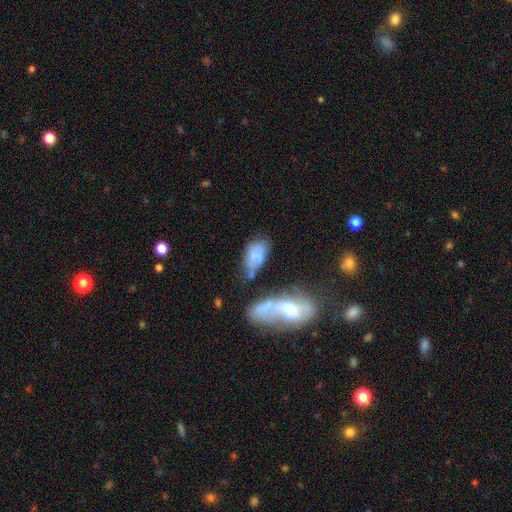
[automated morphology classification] Smooth or featured: smooth — 53% (featured or disk — 37%)
How rounded: in between — 91% (round — 5%)
Merging: none — 29% (minor disturbance — 25%)